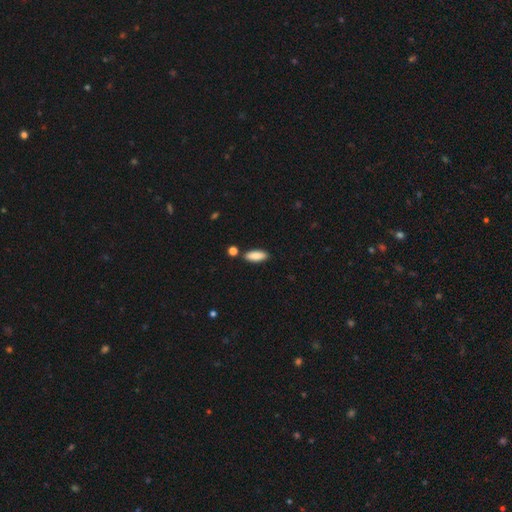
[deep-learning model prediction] Smooth or featured? smooth (88%)
How rounded? in between (71%)
Merging? none (83%)